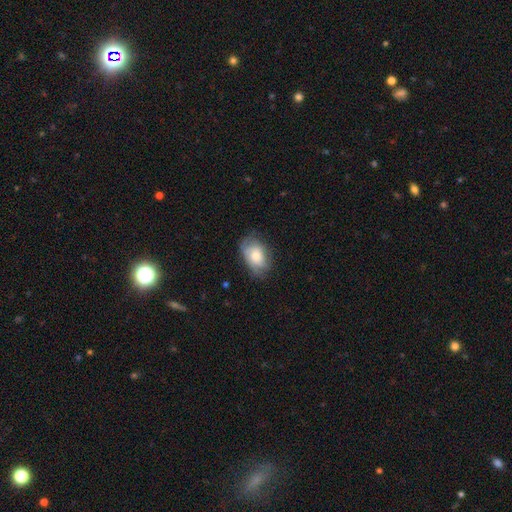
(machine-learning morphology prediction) Overall: smooth (63%; featured or disk 30%). How rounded: in between (86%). Merging: none (64%; minor disturbance 26%).